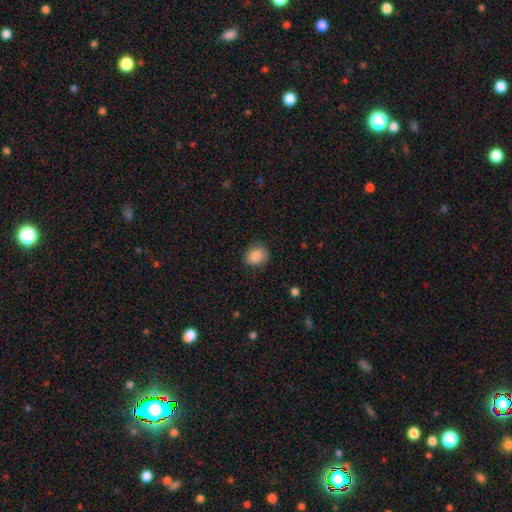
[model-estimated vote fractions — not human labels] smooth-or-featured: smooth: 87% | star or artifact: 8% | featured or disk: 5%
  how-rounded: round: 63% | in between: 36% | cigar-shaped: 1%
  merging: none: 81% | minor disturbance: 14% | major disturbance: 3% | merger: 1%